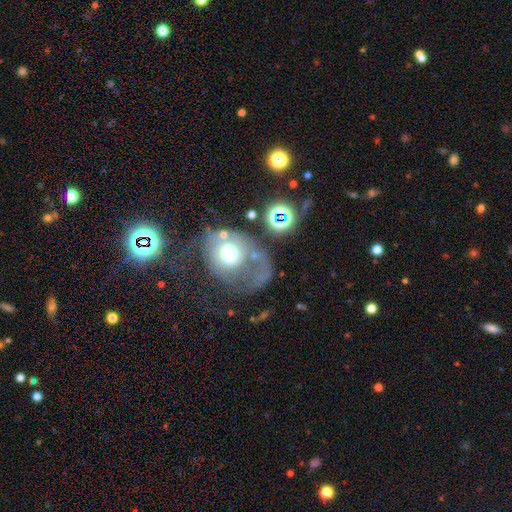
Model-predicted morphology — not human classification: A featured or disk galaxy (45%).

Vote fractions:
- Smooth or featured? featured or disk: 45% / smooth: 39% / star or artifact: 16%
- Merging? major disturbance: 45% / none: 27% / minor disturbance: 17% / merger: 11%